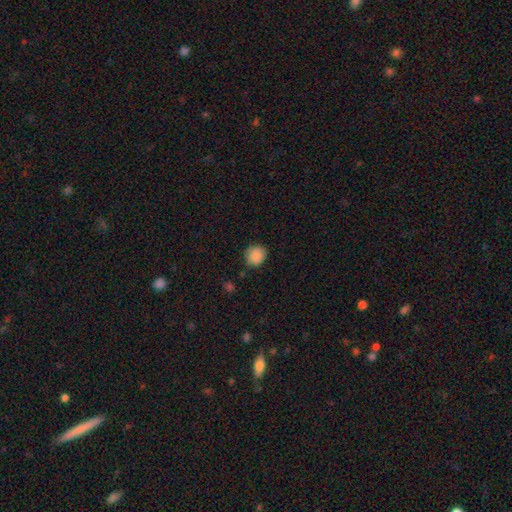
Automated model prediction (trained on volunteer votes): This is clearly a smooth galaxy (88%). How rounded: clearly round (83%). Merging: clearly none (82%).